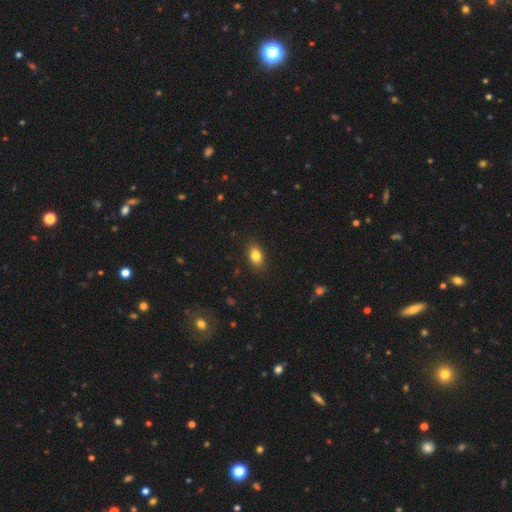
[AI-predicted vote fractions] A smooth galaxy with no disk features (83%) that is in between round and cigar-shaped (85%). Merging: none (88%).